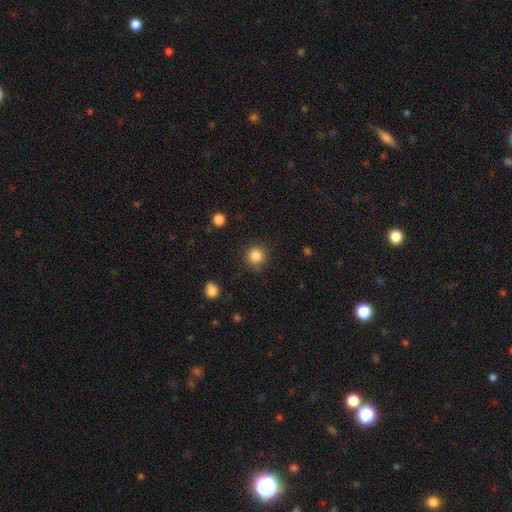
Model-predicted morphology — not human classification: smooth-or-featured: smooth: 85% | star or artifact: 11% | featured or disk: 4%
  how-rounded: round: 93% | in between: 6% | cigar-shaped: 1%
  merging: none: 83% | minor disturbance: 11% | major disturbance: 4% | merger: 2%